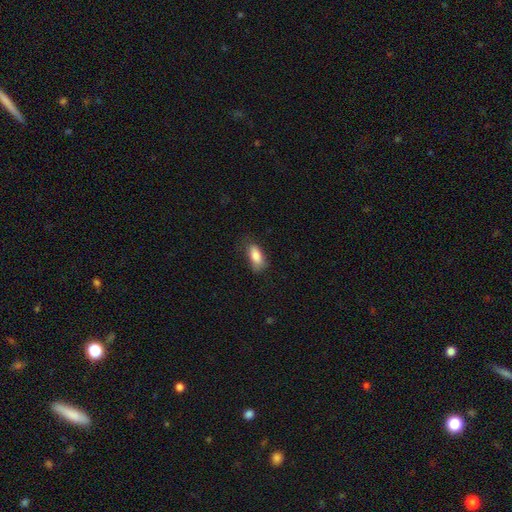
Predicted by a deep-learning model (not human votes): Smooth or featured? Predicted: smooth (p=0.84). How rounded? Predicted: in between (p=0.86). Merging? Predicted: none (p=0.60).